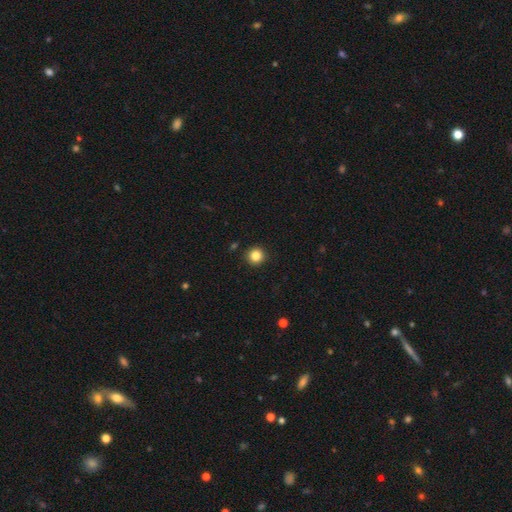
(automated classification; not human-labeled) This is clearly a smooth galaxy (85%). How rounded: clearly round (95%). Merging: clearly none (92%).